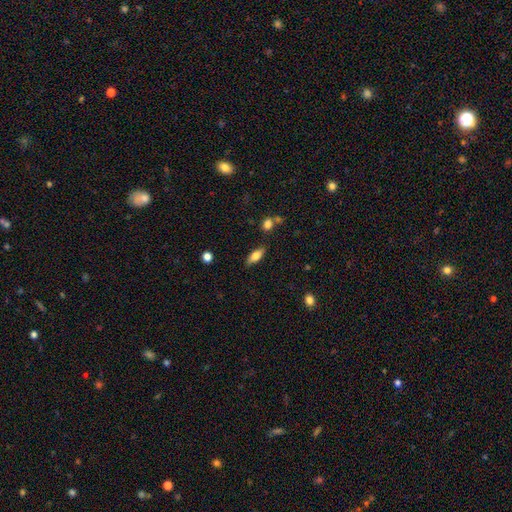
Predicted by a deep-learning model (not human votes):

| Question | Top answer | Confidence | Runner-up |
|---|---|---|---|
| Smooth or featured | smooth | 72% | featured or disk (21%) |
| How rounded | in between | 78% | cigar-shaped (19%) |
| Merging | none | 81% | minor disturbance (13%) |